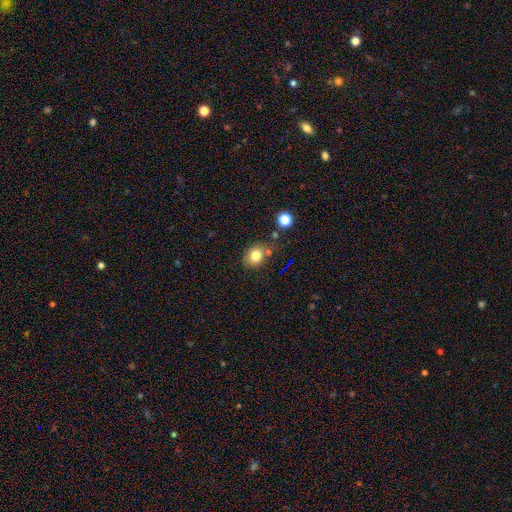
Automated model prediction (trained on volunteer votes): Q: Smooth or featured?
A: smooth (79%); runner-up: star or artifact (12%)
Q: How rounded?
A: round (52%); runner-up: in between (47%)
Q: Merging?
A: none (68%); runner-up: minor disturbance (16%)